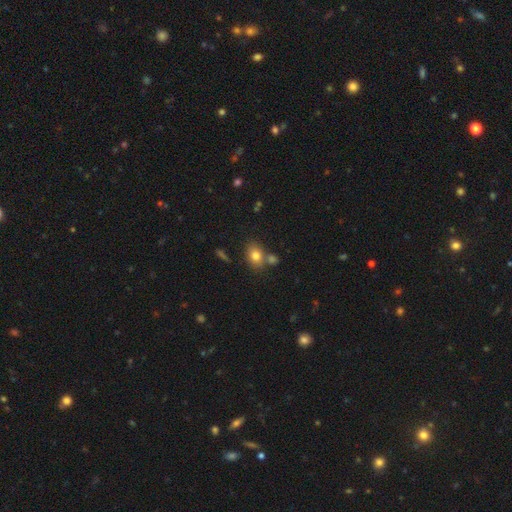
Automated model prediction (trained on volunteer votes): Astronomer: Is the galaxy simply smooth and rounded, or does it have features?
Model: smooth — 79%.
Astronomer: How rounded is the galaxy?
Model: in between — 64%.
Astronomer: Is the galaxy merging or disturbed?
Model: none — 63%.